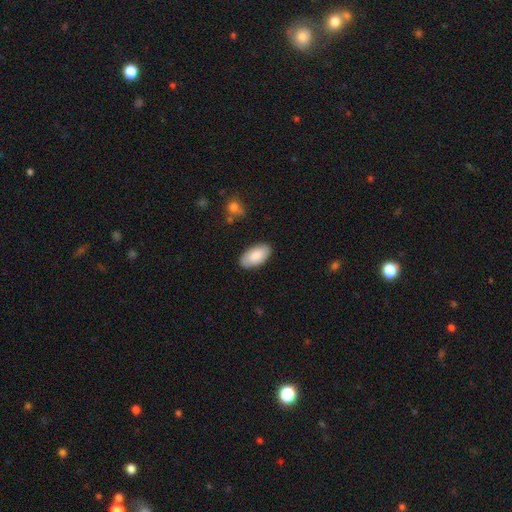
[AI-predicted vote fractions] Q: Smooth or featured?
A: smooth (83%); runner-up: featured or disk (11%)
Q: How rounded?
A: in between (96%); runner-up: round (2%)
Q: Merging?
A: none (85%); runner-up: minor disturbance (11%)